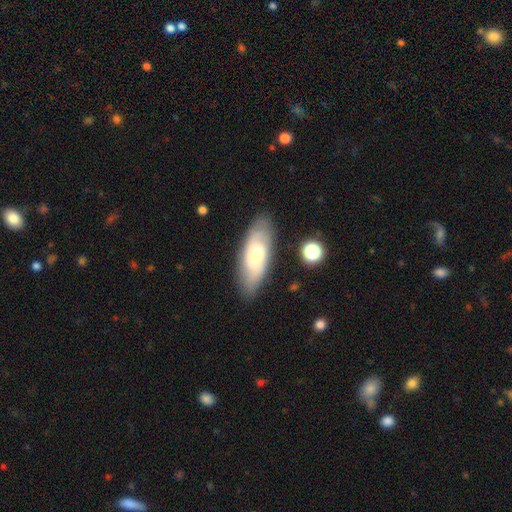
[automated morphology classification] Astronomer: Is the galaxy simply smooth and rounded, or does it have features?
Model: smooth — 51% (runner-up: featured or disk, 42%).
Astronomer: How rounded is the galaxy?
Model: in between — 72%.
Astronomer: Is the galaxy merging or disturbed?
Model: none — 80%.